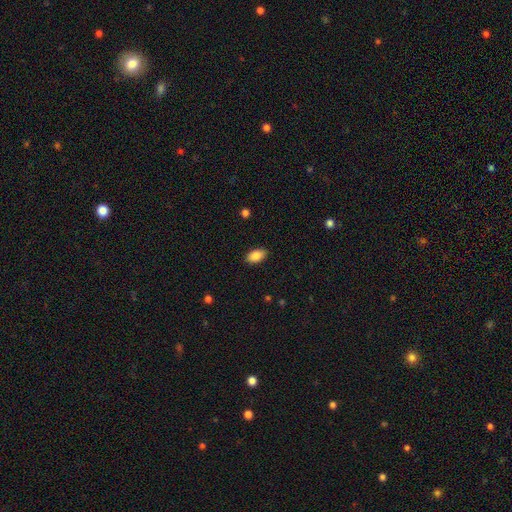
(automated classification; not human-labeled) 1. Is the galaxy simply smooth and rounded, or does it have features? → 87% smooth, 7% star or artifact, 5% featured or disk.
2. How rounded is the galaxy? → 93% in between, 4% round, 2% cigar-shaped.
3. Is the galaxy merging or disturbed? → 88% none, 9% minor disturbance, 2% major disturbance, 1% merger.